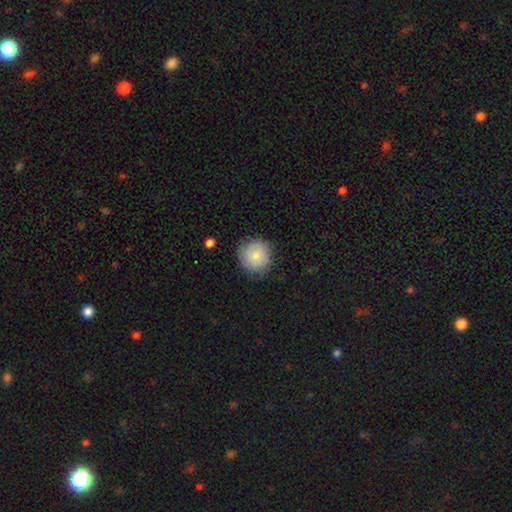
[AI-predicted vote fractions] A smooth galaxy with no disk features (83%) that is round (92%). Merging: none (78%).